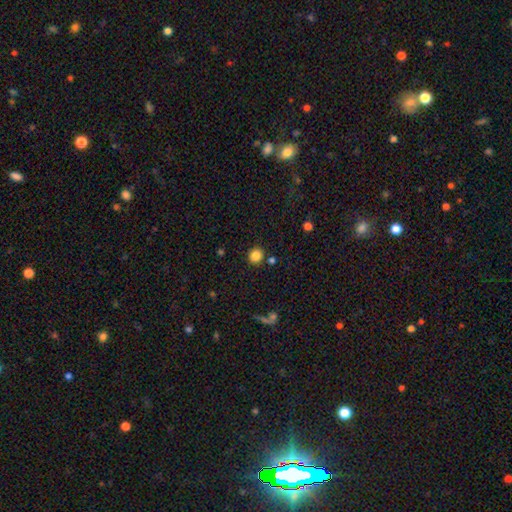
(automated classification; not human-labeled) smooth 84%, star or artifact 11%, featured or disk 4%. Down the decision tree: how rounded — round (90%); merging — none (86%).